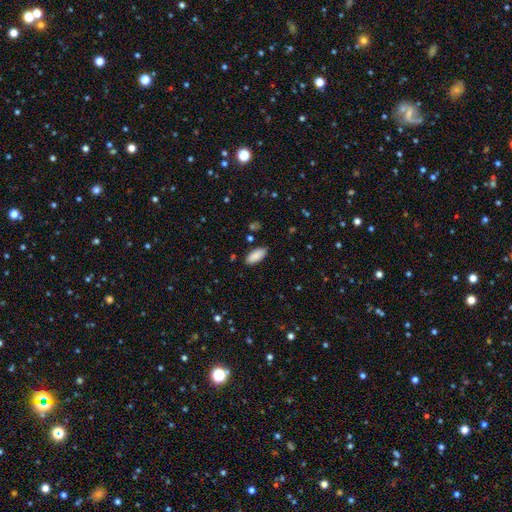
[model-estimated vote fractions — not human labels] Smooth or featured? smooth (89%)
How rounded? in between (87%)
Merging? none (87%)